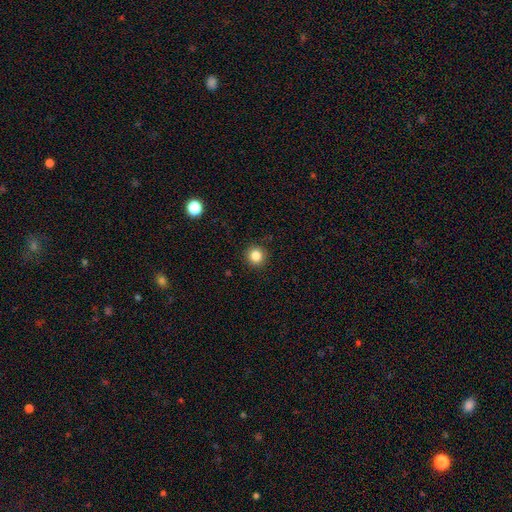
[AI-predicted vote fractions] smooth_or_featured: smooth (p=0.84) [alt: star or artifact p=0.11]
how_rounded: round (p=0.93) [alt: in between p=0.06]
merging: none (p=0.91) [alt: minor disturbance p=0.06]